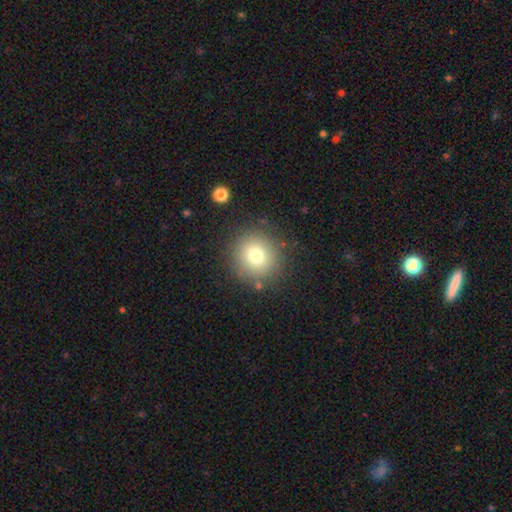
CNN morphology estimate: The model was most divided on "smooth or featured": smooth: 75%, star or artifact: 14%, featured or disk: 11%. More confident: how rounded — round (93%); merging — none (85%).